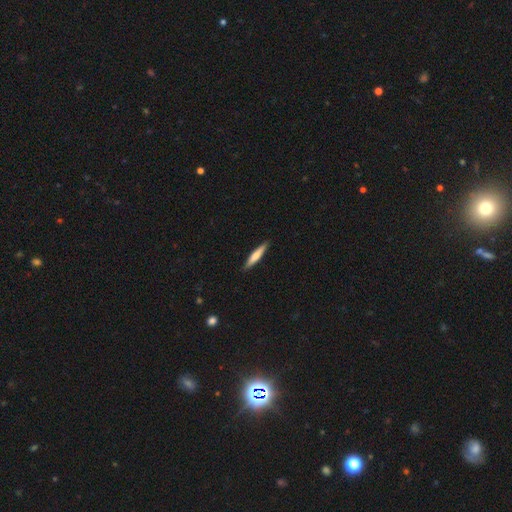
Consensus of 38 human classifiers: Q: Smooth or featured?
A: smooth (66%); runner-up: featured or disk (26%)
Q: How rounded?
A: cigar-shaped (88%); runner-up: in between (12%)
Q: Merging?
A: none (97%); runner-up: major disturbance (3%)